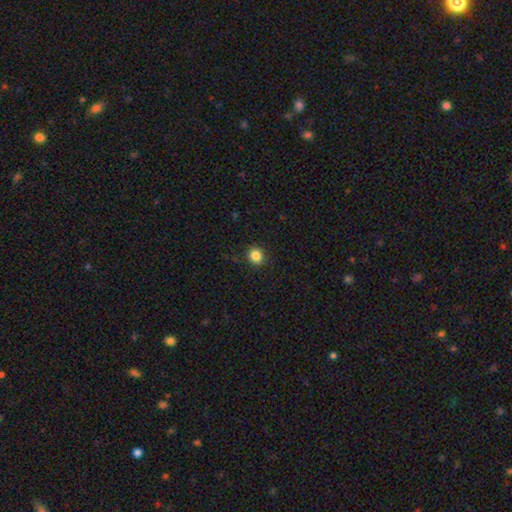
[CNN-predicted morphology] Smooth or featured? Predicted: smooth (p=0.85). How rounded? Predicted: round (p=0.82). Merging? Predicted: none (p=0.90).